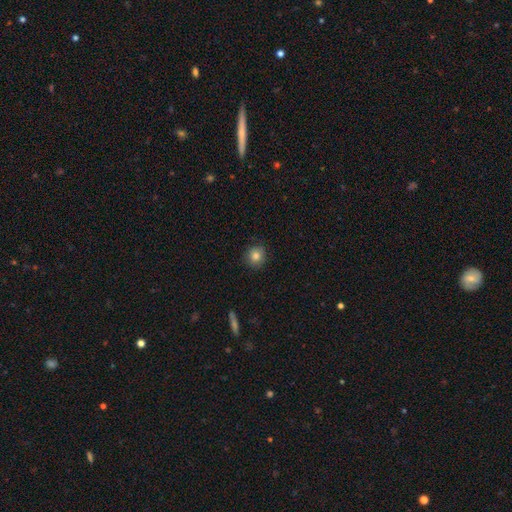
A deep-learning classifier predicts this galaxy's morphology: smooth-or-featured: smooth: 83% | star or artifact: 11% | featured or disk: 7%
  how-rounded: round: 90% | in between: 9% | cigar-shaped: 1%
  merging: none: 88% | minor disturbance: 9% | major disturbance: 2% | merger: 1%